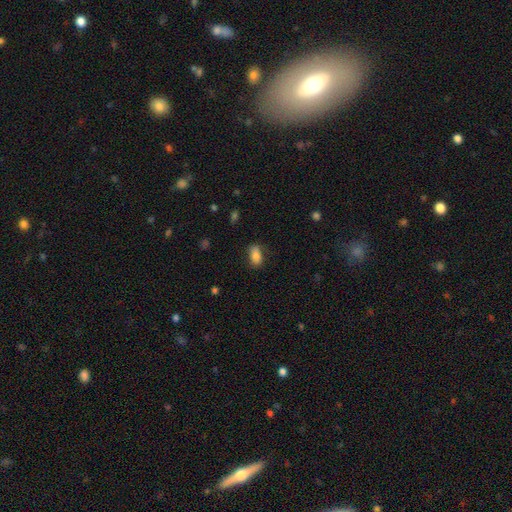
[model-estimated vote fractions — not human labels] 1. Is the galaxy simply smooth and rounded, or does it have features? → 82% smooth, 9% featured or disk, 8% star or artifact.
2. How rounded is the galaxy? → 90% in between, 6% round, 4% cigar-shaped.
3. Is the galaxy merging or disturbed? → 77% none, 18% minor disturbance, 4% major disturbance, 2% merger.